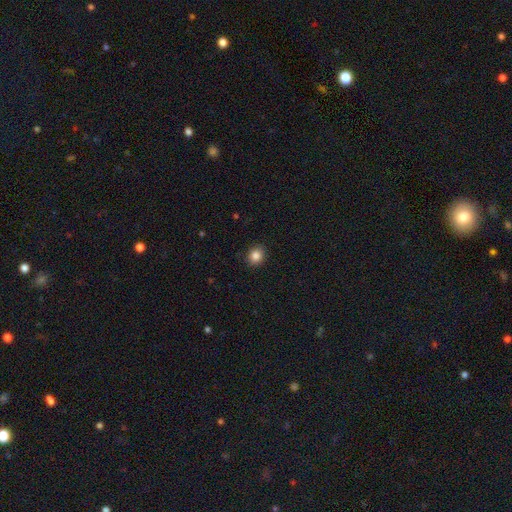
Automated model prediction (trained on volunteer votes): Smooth or featured: smooth — 85% (star or artifact — 10%)
How rounded: round — 70% (in between — 29%)
Merging: none — 90% (minor disturbance — 7%)